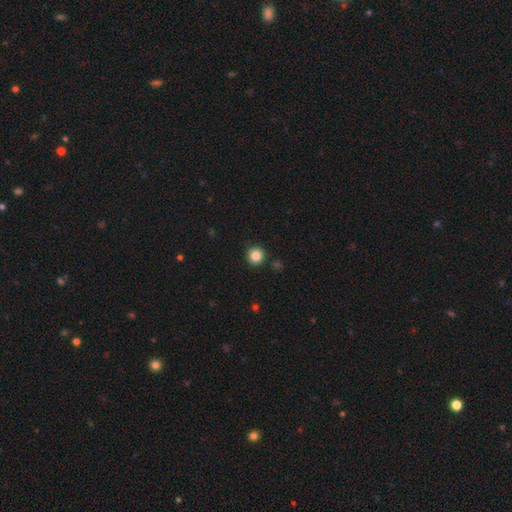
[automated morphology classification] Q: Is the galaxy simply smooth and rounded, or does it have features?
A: smooth — 85%.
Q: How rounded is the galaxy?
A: round — 94%.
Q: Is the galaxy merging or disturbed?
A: none — 90%.